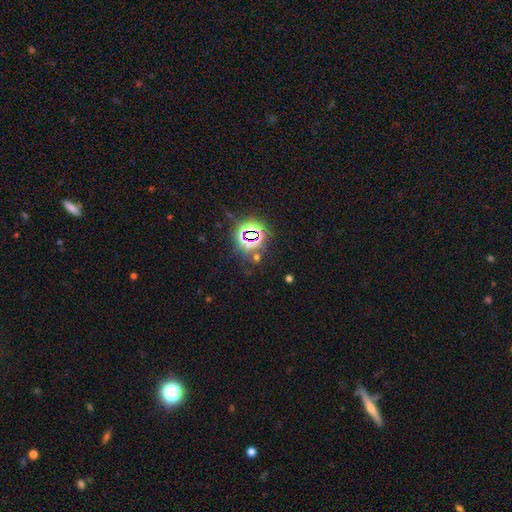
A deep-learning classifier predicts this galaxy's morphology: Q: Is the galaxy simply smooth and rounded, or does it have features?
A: star or artifact — 79%.